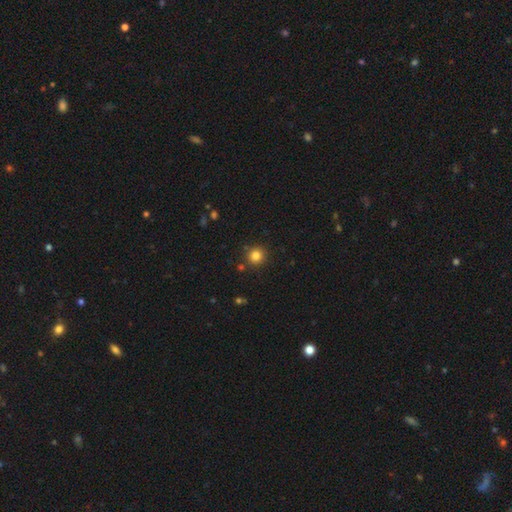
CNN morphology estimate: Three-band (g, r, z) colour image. It shows a smooth galaxy with no disk features (83%) that is round (93%). Merging: none (88%).